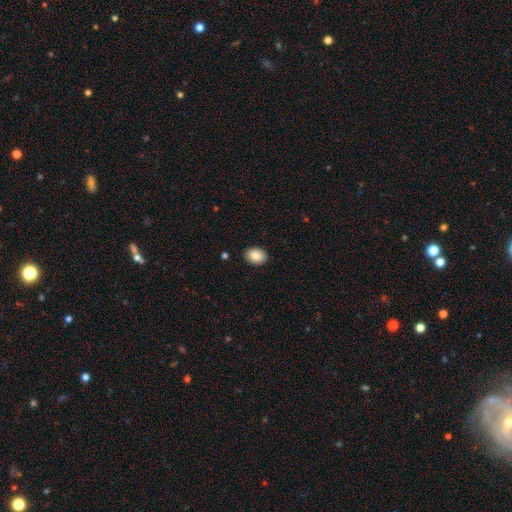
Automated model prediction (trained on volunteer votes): This appears to be a smooth galaxy with no disk features (86%) that is in between round and cigar-shaped (71%). Merging: none (90%).